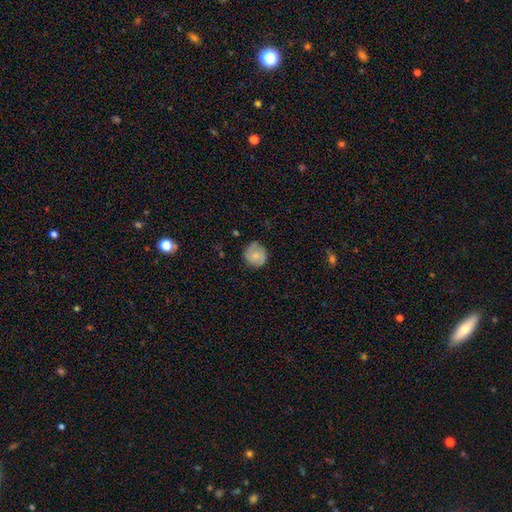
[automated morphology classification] Smooth or featured? smooth (59%)
How rounded? round (89%)
Merging? none (77%)